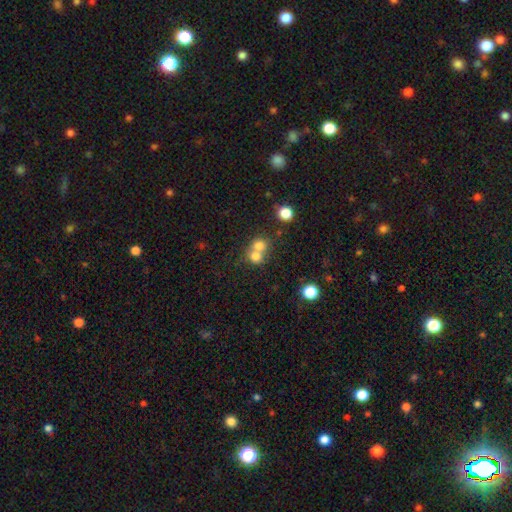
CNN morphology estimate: Smooth or featured?
  - smooth: 74% *
  - featured or disk: 13%
  - star or artifact: 13%
How rounded?
  - round: 78% *
  - in between: 21%
  - cigar-shaped: 1%
Merging?
  - merger: 61% *
  - none: 31%
  - minor disturbance: 5%
  - major disturbance: 3%